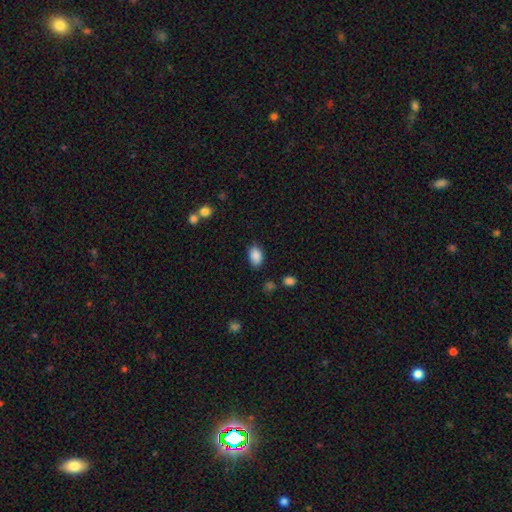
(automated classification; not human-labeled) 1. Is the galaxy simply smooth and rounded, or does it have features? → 88% smooth, 8% star or artifact, 4% featured or disk.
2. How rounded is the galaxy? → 90% in between, 9% round, 1% cigar-shaped.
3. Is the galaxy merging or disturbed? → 82% none, 13% minor disturbance, 3% major disturbance, 2% merger.